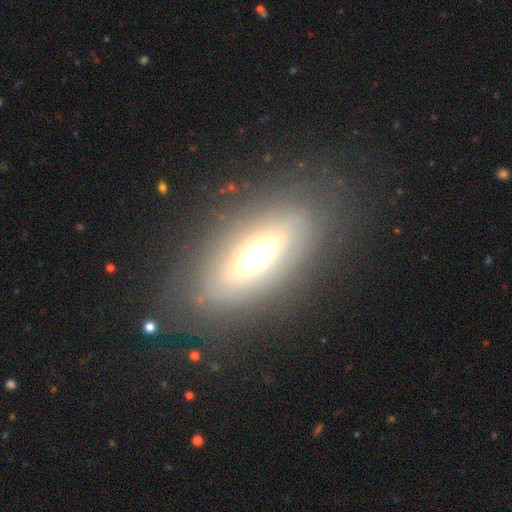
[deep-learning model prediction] smooth-or-featured: featured or disk: 52% | smooth: 39% | star or artifact: 9%
  disk-edge-on: no: 66% | yes: 34%
  merging: none: 80% | minor disturbance: 13% | major disturbance: 6% | merger: 1%